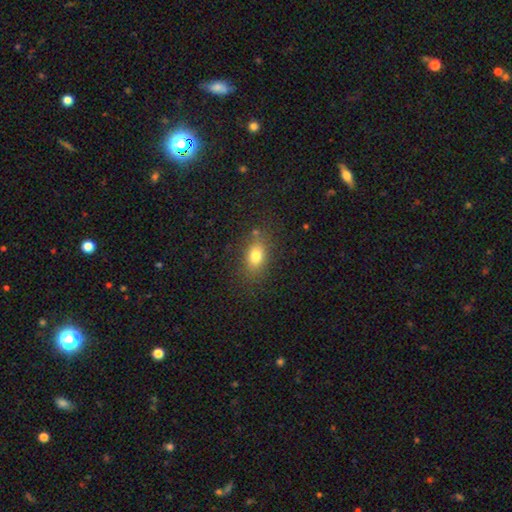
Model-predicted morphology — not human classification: smooth_or_featured: smooth (p=0.78) [alt: star or artifact p=0.12]
how_rounded: in between (p=0.76) [alt: round p=0.19]
merging: none (p=0.78) [alt: minor disturbance p=0.14]